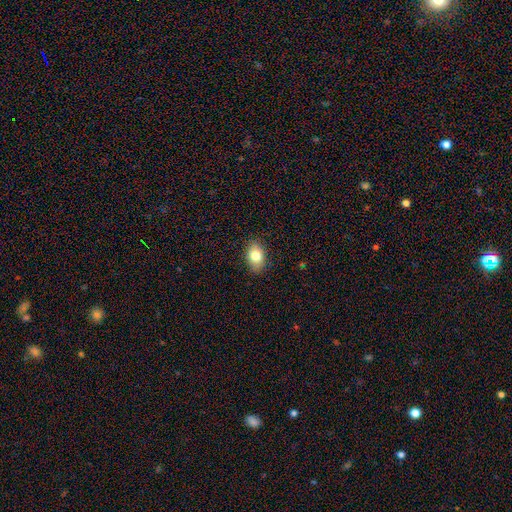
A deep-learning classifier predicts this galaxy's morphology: smooth 80%, featured or disk 11%, star or artifact 8%. Down the decision tree: how rounded — in between (85%); merging — none (87%).